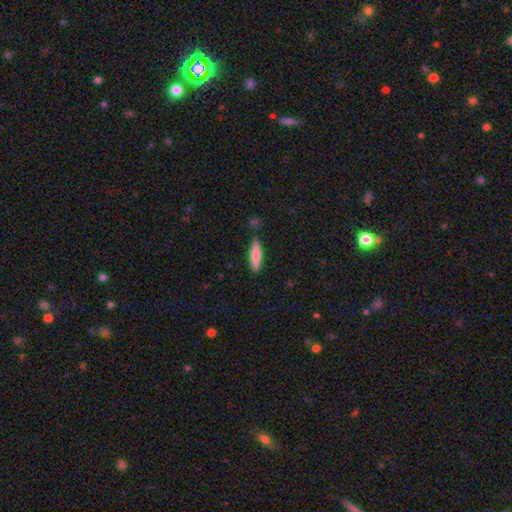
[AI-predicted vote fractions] Overall: smooth (76%). How rounded: cigar-shaped (71%). Merging: none (83%).